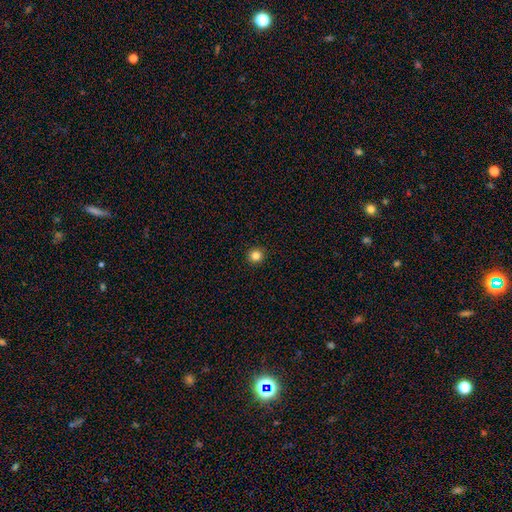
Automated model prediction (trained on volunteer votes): This appears to be a smooth galaxy with no disk features (84%) that is round (95%). Merging: none (94%).